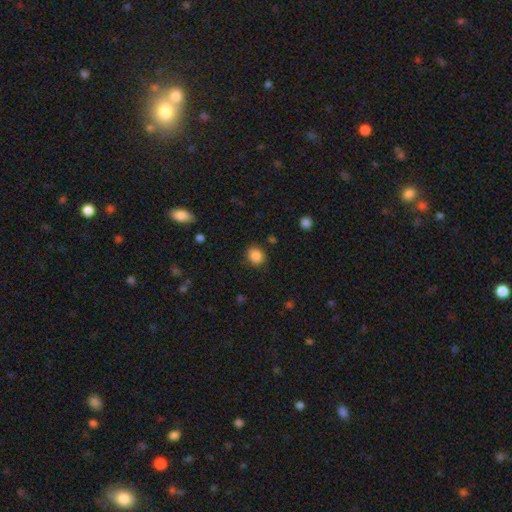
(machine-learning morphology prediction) Smooth or featured? smooth (87%)
How rounded? round (66%)
Merging? none (84%)